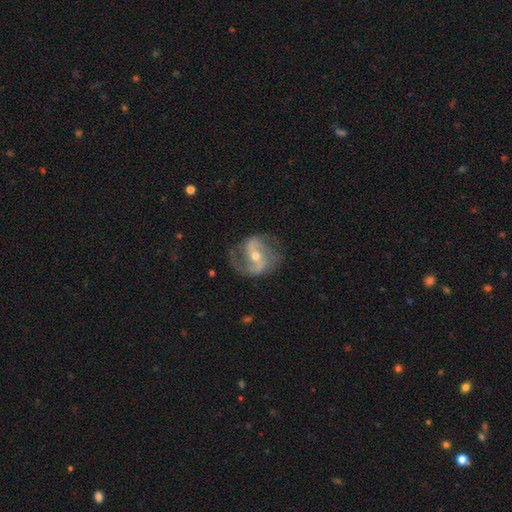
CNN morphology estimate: A featured or disk galaxy (88%) with a weak bar (40%), 2 (87%) medium (52%) spiral arms (96%) and a moderate central bulge (56%). Merging: none (71%).